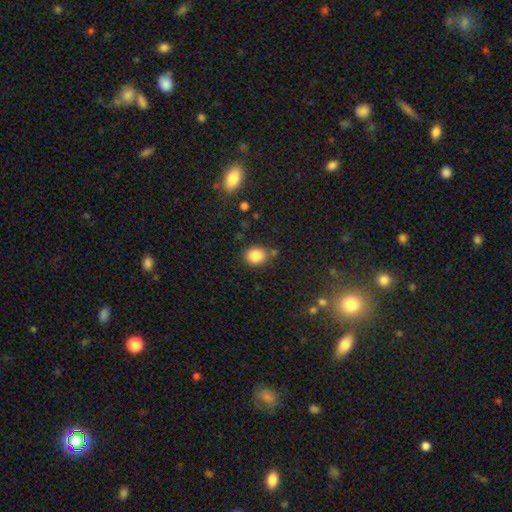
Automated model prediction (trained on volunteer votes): This appears to be a smooth galaxy with no disk features (85%) that is round (64%). Merging: none (74%).